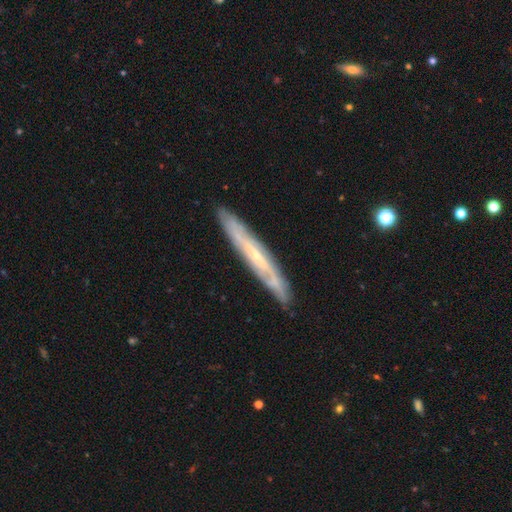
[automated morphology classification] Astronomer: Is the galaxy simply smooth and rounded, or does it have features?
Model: featured or disk — 69%.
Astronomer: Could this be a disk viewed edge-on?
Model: yes — 75%.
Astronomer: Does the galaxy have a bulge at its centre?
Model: none — 55% (runner-up: rounded, 41%).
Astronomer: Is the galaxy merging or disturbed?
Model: none — 85%.